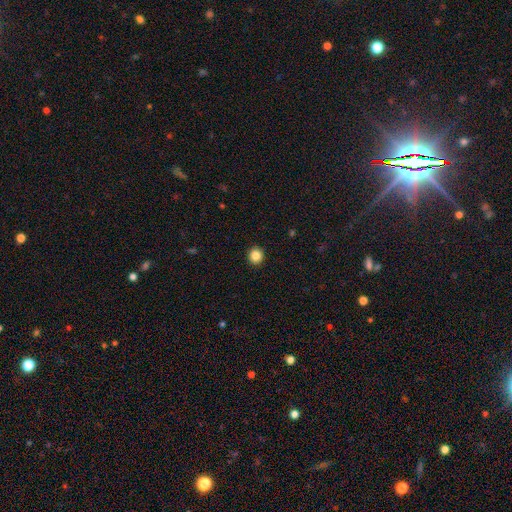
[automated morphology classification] smooth_or_featured: smooth (p=0.85) [alt: star or artifact p=0.10]
how_rounded: round (p=0.90) [alt: in between p=0.09]
merging: none (p=0.93) [alt: minor disturbance p=0.05]